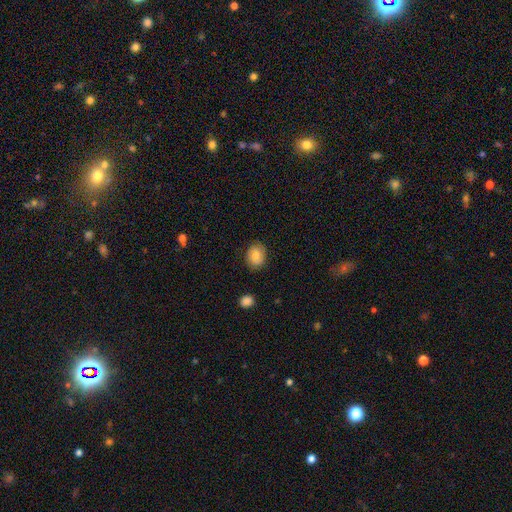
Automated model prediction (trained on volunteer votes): The model was most divided on "how rounded": in between: 53%, round: 46%, cigar-shaped: 1%. More confident: merging — none (80%); smooth or featured — smooth (73%).